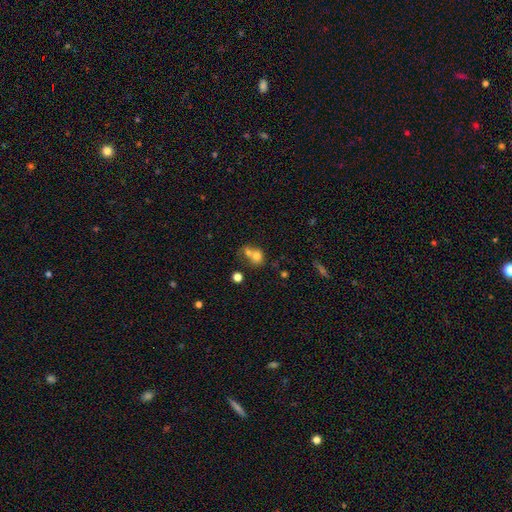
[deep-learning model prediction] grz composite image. It shows a smooth galaxy with no disk features (72%) that is round (67%). Merging: merger (61%).